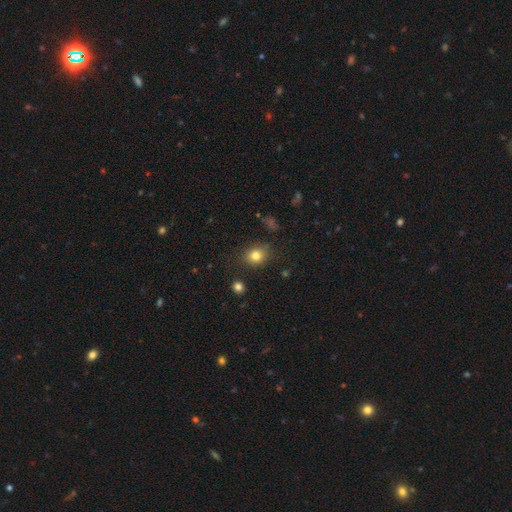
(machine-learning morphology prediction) A smooth galaxy with no disk features (81%) that is round (66%). Merging: none (81%).